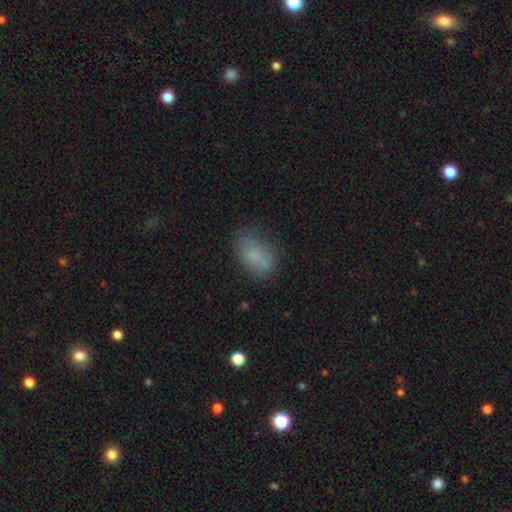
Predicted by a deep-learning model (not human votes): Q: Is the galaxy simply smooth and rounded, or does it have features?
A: smooth — 74%.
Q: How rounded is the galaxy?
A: in between — 89%.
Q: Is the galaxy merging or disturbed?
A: none — 61%.